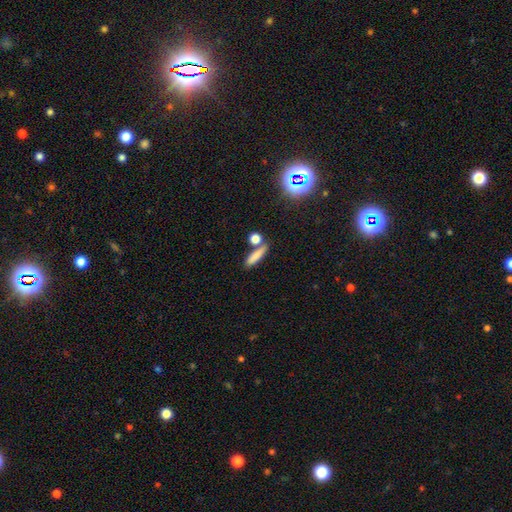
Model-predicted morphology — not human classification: smooth 79%, featured or disk 11%, star or artifact 10%. Down the decision tree: how rounded — cigar-shaped (66%); merging — none (68%).